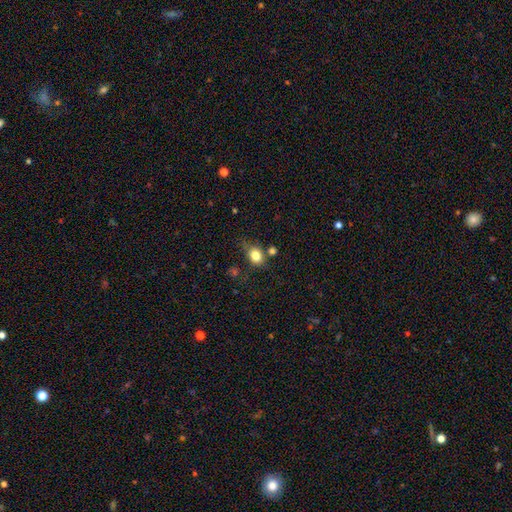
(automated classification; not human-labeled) Smooth or featured?
  - smooth: 80% *
  - star or artifact: 11%
  - featured or disk: 9%
How rounded?
  - round: 50% *
  - in between: 49%
  - cigar-shaped: 1%
Merging?
  - none: 62% *
  - minor disturbance: 22%
  - merger: 9%
  - major disturbance: 7%